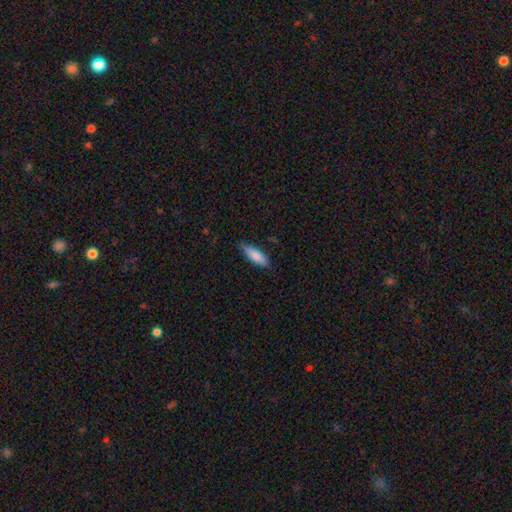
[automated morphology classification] The model was most divided on "how rounded": in between: 53%, cigar-shaped: 45%, round: 2%. More confident: smooth or featured — smooth (82%); merging — none (76%).